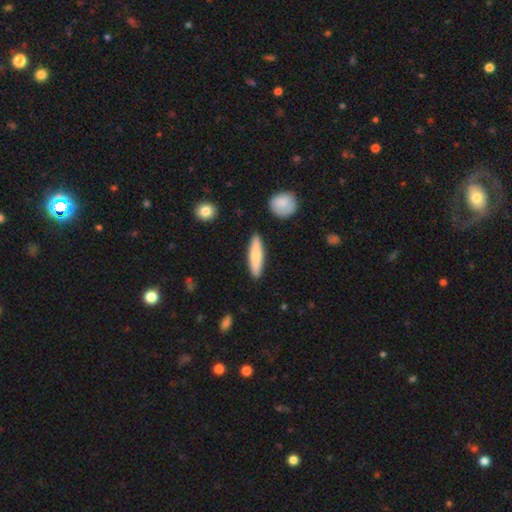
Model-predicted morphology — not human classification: type=smooth (73%); roundness=cigar-shaped (80%); merging=none (89%).